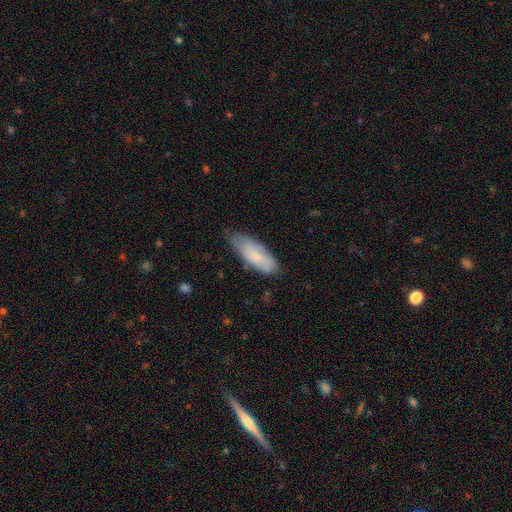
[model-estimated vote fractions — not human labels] A smooth galaxy with no disk features (79%) that is in between round and cigar-shaped (68%). Merging: none (65%).